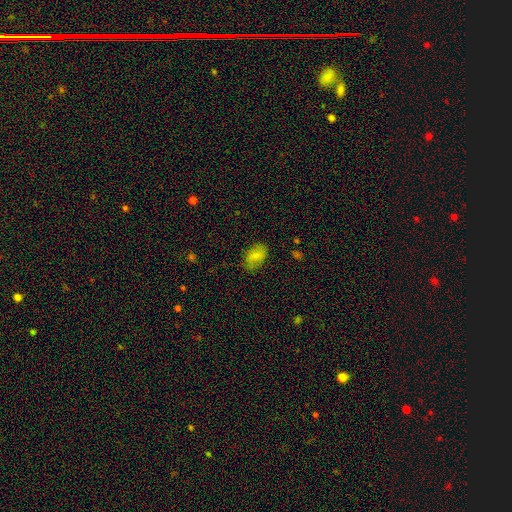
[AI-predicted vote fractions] Overall: smooth (80%). How rounded: in between (89%). Merging: none (74%).